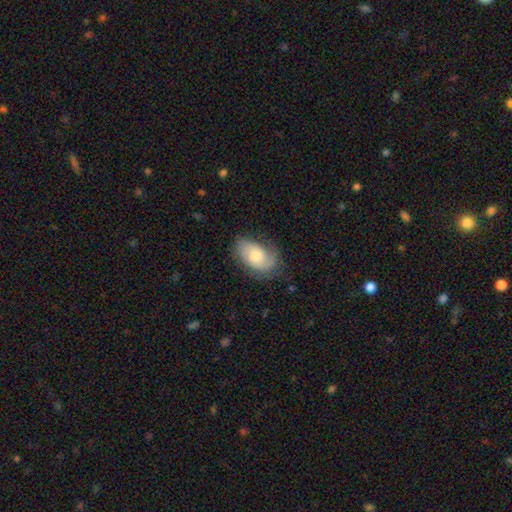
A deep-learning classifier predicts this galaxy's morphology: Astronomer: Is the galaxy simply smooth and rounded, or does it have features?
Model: featured or disk — 48% (runner-up: smooth, 45%).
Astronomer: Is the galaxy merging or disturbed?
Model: none — 63%.